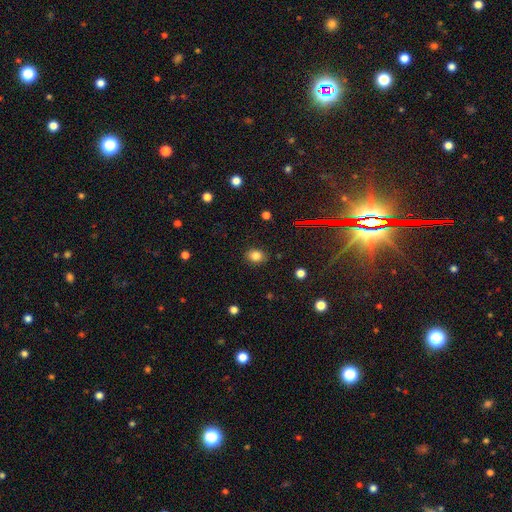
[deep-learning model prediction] A smooth galaxy with no disk features (82%) that is in between round and cigar-shaped (50%). Merging: none (87%).